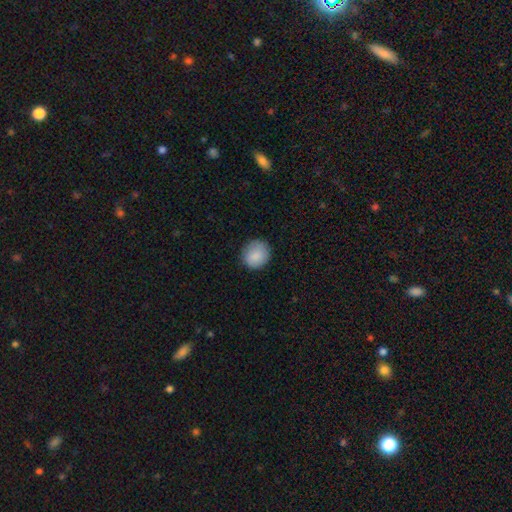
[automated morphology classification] Smooth or featured? Predicted: smooth (p=0.87). How rounded? Predicted: round (p=0.81). Merging? Predicted: none (p=0.84).